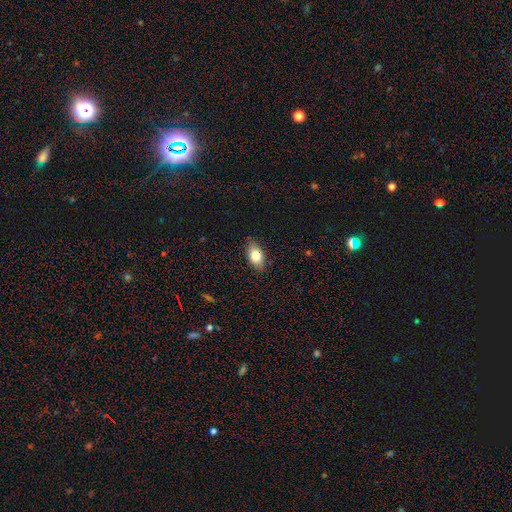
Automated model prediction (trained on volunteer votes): The model was most divided on "smooth or featured": smooth: 77%, featured or disk: 16%, star or artifact: 8%. More confident: how rounded — in between (88%); merging — none (86%).